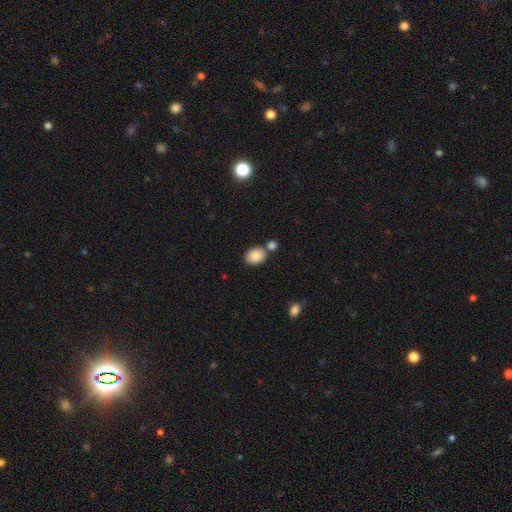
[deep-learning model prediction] Smooth or featured: smooth — 86% (star or artifact — 8%)
How rounded: in between — 60% (round — 39%)
Merging: none — 62% (merger — 23%)